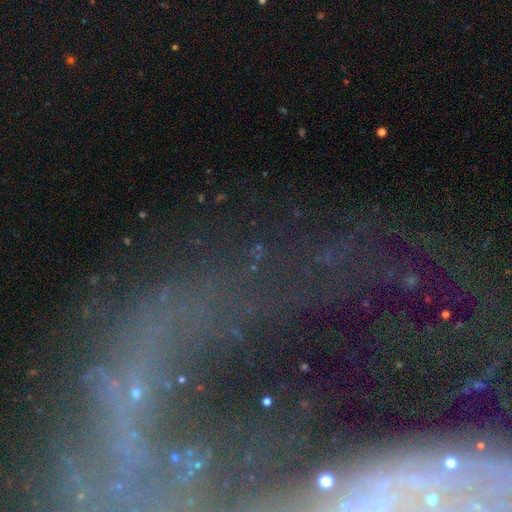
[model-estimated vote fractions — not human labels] Overall: featured or disk (52%; star or artifact 31%). Edge-on disk: no (80%). Merging: none (49%; major disturbance 22%).